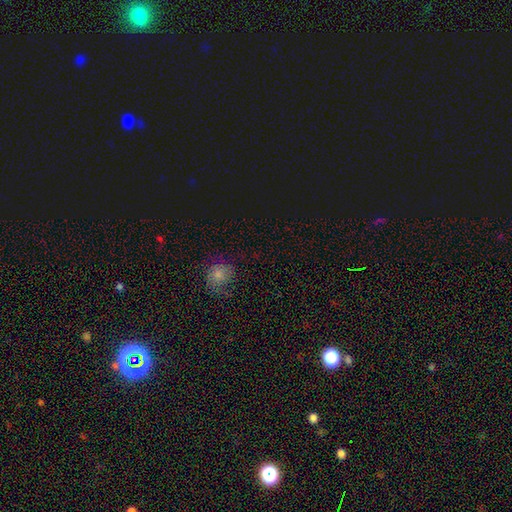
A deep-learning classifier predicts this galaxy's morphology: Smooth or featured: smooth — 43% (tied with star or artifact — 43%)
Merging: none — 78% (minor disturbance — 12%)